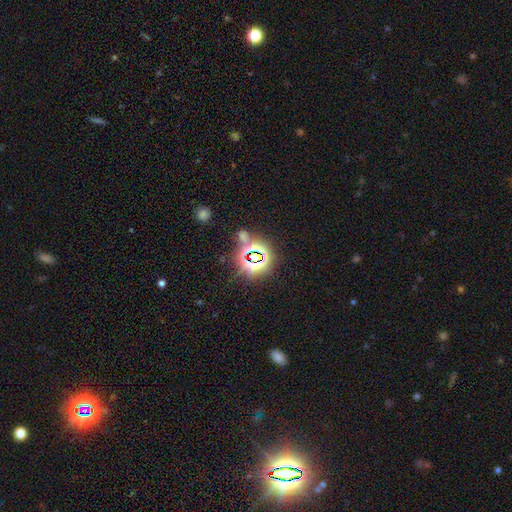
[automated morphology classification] star or artifact 79%, smooth 13%, featured or disk 8%.